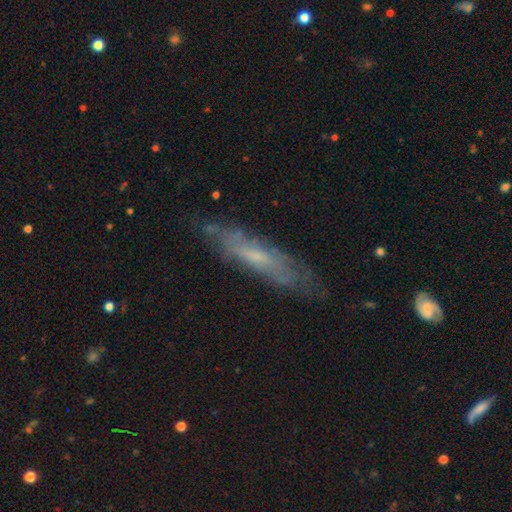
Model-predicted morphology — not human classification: type=featured or disk (58%); edge-on=yes (50%, tied with no); merging=none (70%).